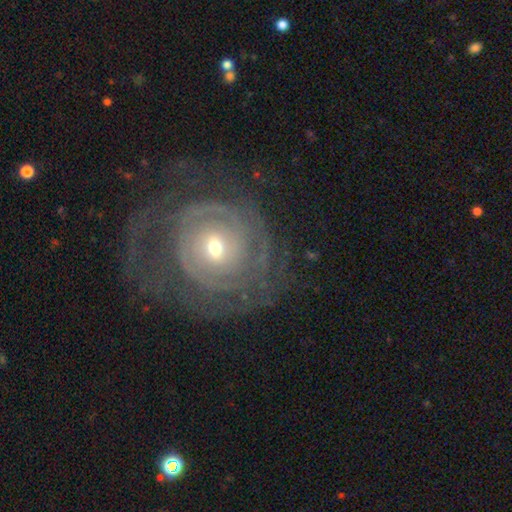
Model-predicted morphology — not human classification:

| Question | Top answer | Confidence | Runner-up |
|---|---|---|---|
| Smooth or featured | featured or disk | 82% | smooth (11%) |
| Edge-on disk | no | 97% | yes (3%) |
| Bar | no | 69% | weak (23%) |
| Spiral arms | yes | 87% | no (13%) |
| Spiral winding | tight | 76% | medium (18%) |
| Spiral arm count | can't tell | 44% | 2 (19%) |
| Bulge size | small | 53% | moderate (42%) |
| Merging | none | 64% | major disturbance (18%) |